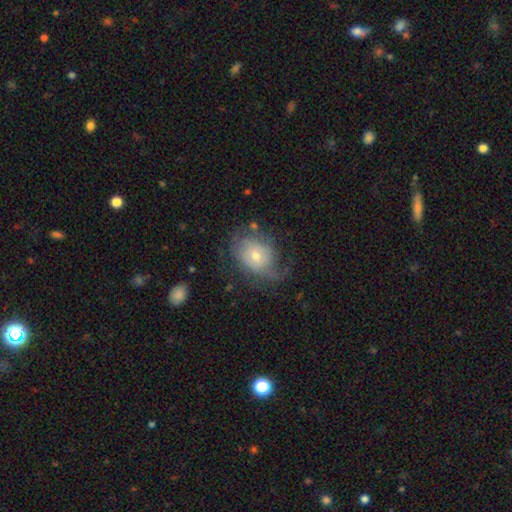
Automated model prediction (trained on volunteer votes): smooth-or-featured: featured or disk: 49% | smooth: 43% | star or artifact: 9%
  merging: none: 47% | minor disturbance: 27% | major disturbance: 23% | merger: 2%